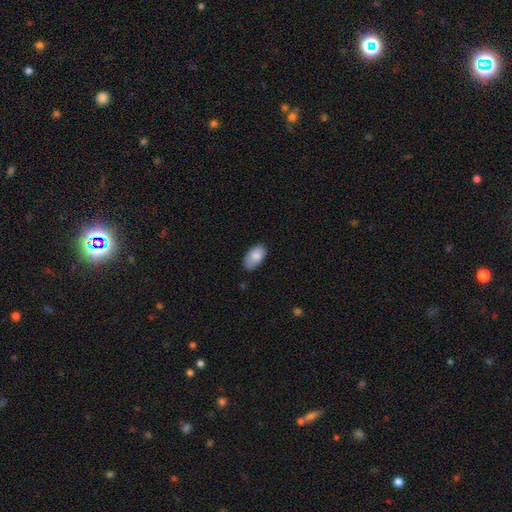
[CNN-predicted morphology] Q: Smooth or featured?
A: smooth (85%); runner-up: featured or disk (8%)
Q: How rounded?
A: in between (94%); runner-up: round (4%)
Q: Merging?
A: none (72%); runner-up: minor disturbance (23%)